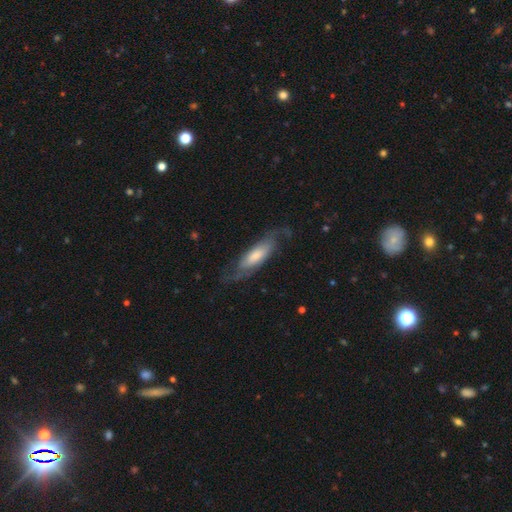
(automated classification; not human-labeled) Overall: featured or disk (61%; smooth 33%). Edge-on disk: no (79%). Merging: none (64%).